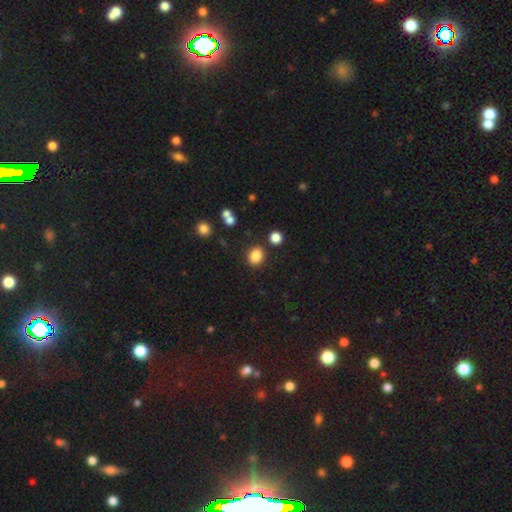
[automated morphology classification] Smooth or featured: smooth — 85% (star or artifact — 11%)
How rounded: in between — 52% (round — 47%)
Merging: none — 82% (minor disturbance — 10%)